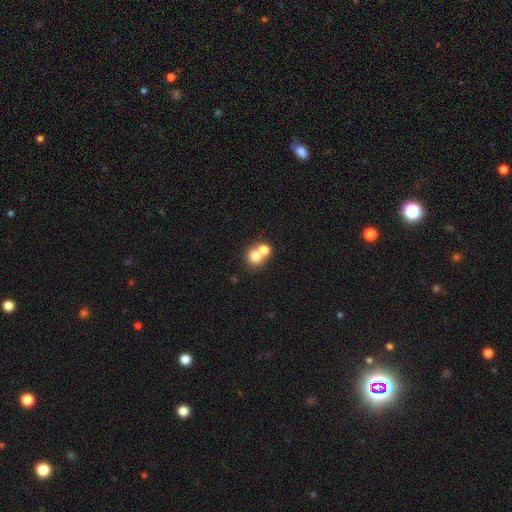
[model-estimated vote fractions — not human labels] A smooth galaxy with no disk features (74%) that is round (77%). Merging: merger (57%).